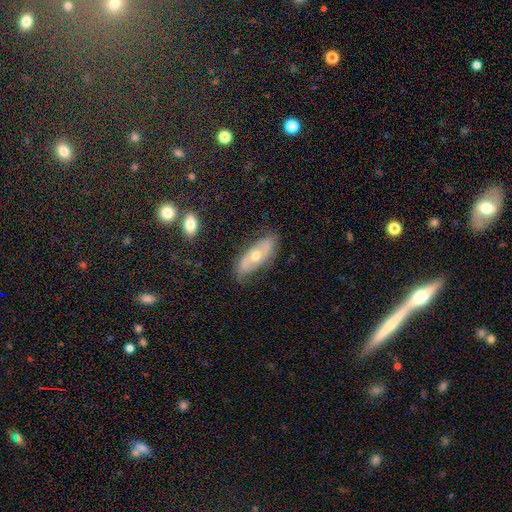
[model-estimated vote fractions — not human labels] Overall: featured or disk (62%; smooth 32%). Edge-on disk: no (81%). Merging: none (72%).